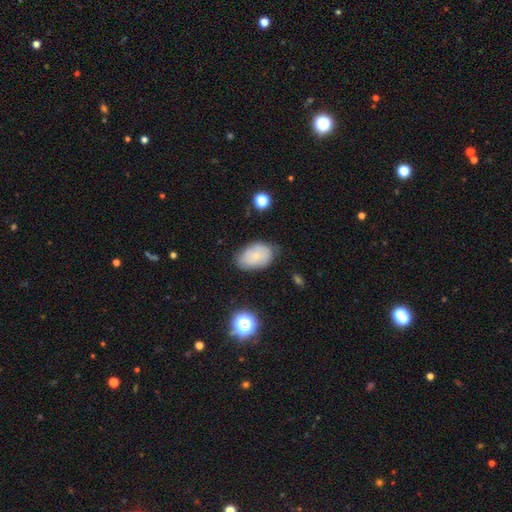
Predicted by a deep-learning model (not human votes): Smooth or featured? smooth (67%)
How rounded? in between (86%)
Merging? none (68%)